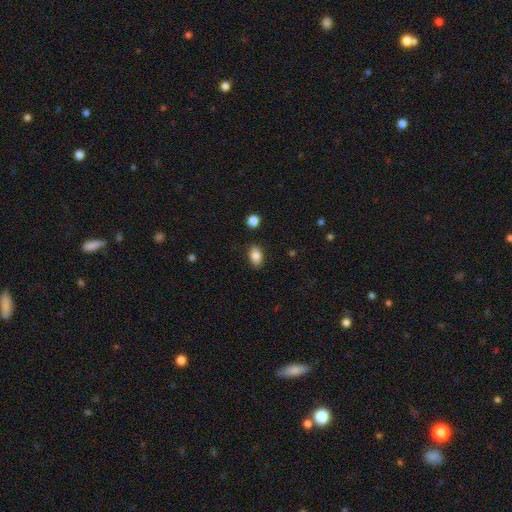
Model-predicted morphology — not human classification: Smooth or featured? Predicted: smooth (p=0.84). How rounded? Predicted: in between (p=0.88). Merging? Predicted: none (p=0.86).